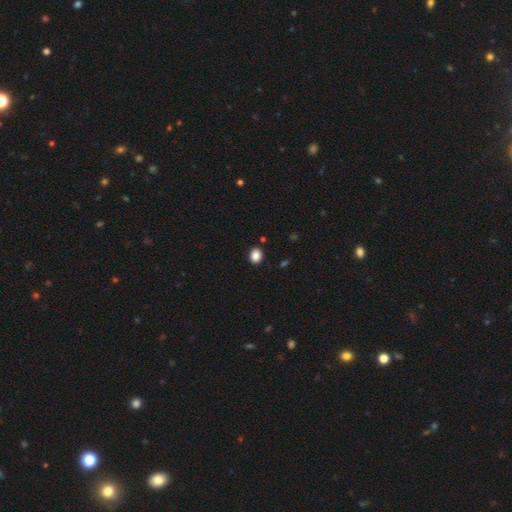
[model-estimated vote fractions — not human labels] The model was most divided on "how rounded": round: 59%, in between: 41%, cigar-shaped: 1%. More confident: merging — none (90%); smooth or featured — smooth (87%).